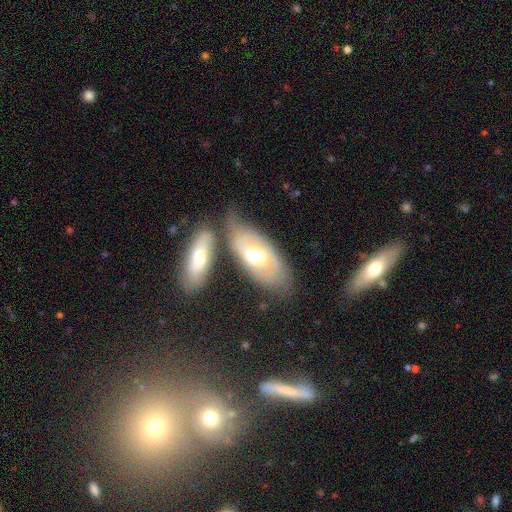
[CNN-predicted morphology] smooth_or_featured: featured or disk (p=0.53) [alt: smooth p=0.41]
disk_edge_on: no (p=0.83) [alt: yes p=0.17]
merging: none (p=0.48) [alt: merger p=0.24]